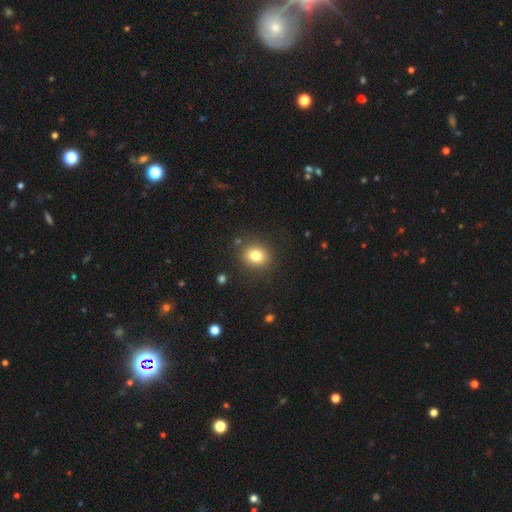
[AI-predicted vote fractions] Overall: smooth (80%). How rounded: round (69%; in between 30%). Merging: none (85%).